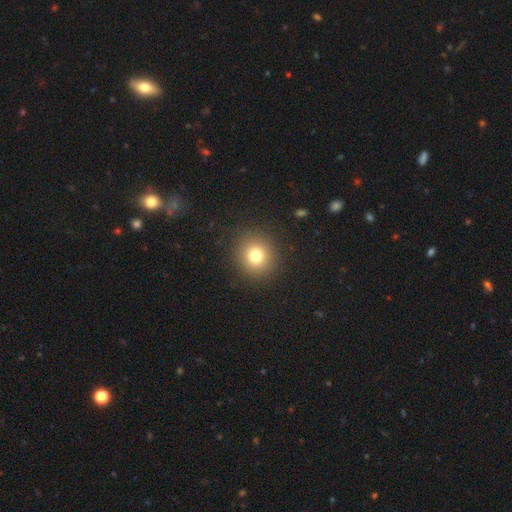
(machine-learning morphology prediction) smooth 78%, star or artifact 13%, featured or disk 9%. Down the decision tree: how rounded — round (89%); merging — none (90%).